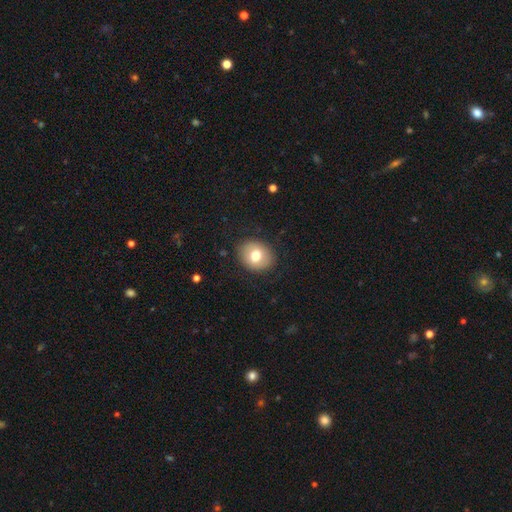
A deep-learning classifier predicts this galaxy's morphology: Smooth or featured: smooth — 74% (featured or disk — 18%)
How rounded: round — 56% (in between — 43%)
Merging: none — 87% (minor disturbance — 9%)